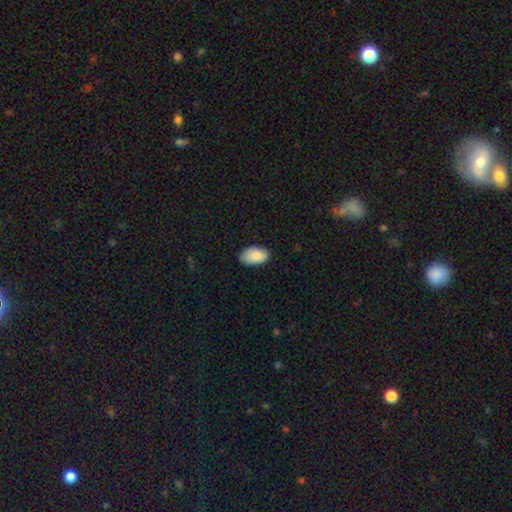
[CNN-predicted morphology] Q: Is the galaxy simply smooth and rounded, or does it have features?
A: smooth — 90%.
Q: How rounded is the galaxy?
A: in between — 95%.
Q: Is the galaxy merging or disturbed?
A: none — 81%.